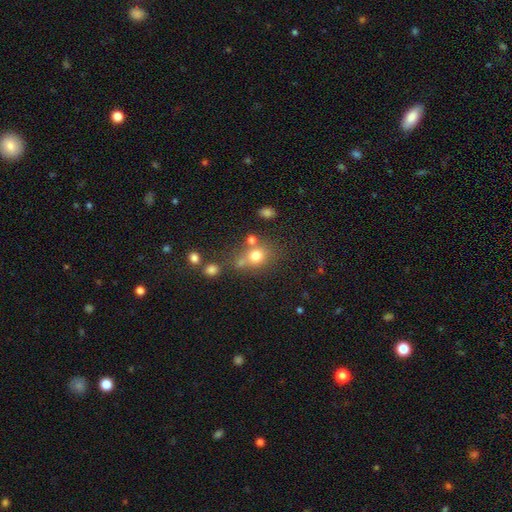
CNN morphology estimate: Smooth or featured?
  - smooth: 73% *
  - star or artifact: 15%
  - featured or disk: 12%
How rounded?
  - round: 71% *
  - in between: 27%
  - cigar-shaped: 1%
Merging?
  - none: 56% *
  - merger: 24%
  - minor disturbance: 13%
  - major disturbance: 7%